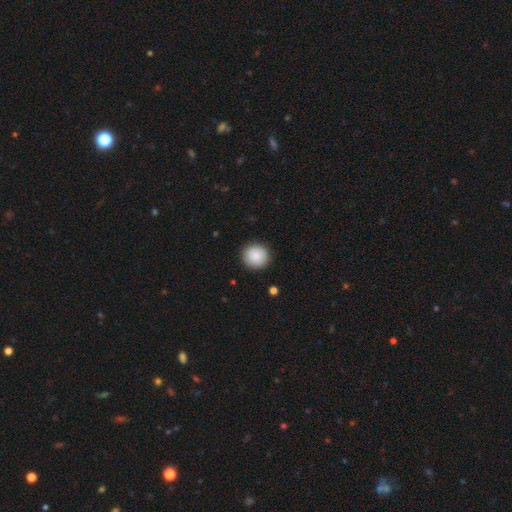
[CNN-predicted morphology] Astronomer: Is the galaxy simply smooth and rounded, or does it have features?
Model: smooth — 88%.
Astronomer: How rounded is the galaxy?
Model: round — 94%.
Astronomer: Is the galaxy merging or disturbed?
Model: none — 92%.